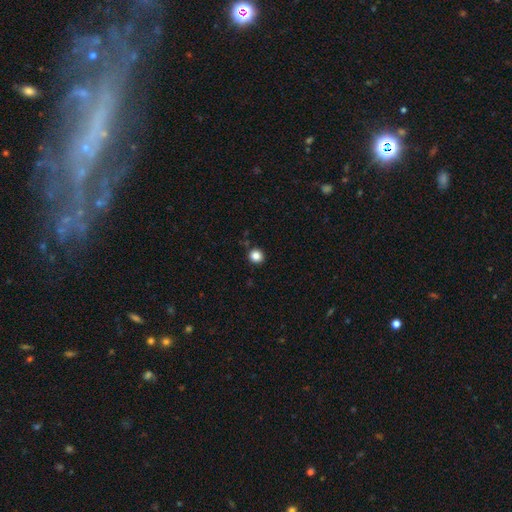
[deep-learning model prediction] smooth 84%, star or artifact 11%, featured or disk 4%. Down the decision tree: how rounded — round (92%); merging — none (90%).